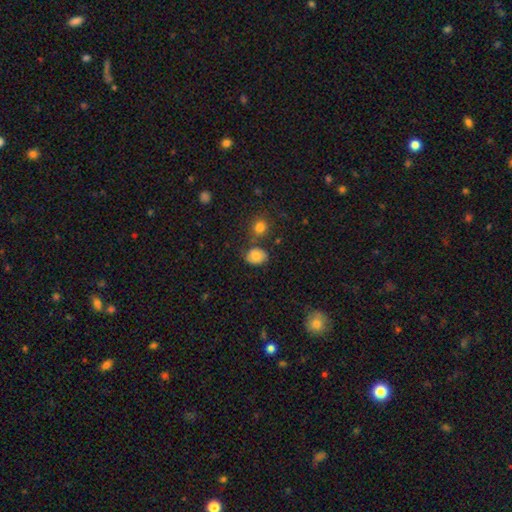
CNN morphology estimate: A smooth galaxy with no disk features (80%) that is in between round and cigar-shaped (54%).

Vote fractions:
- Smooth or featured? smooth: 80% / featured or disk: 10% / star or artifact: 10%
- How rounded? in between: 54% / round: 45% / cigar-shaped: 1%
- Merging? none: 68% / minor disturbance: 19% / merger: 9% / major disturbance: 5%